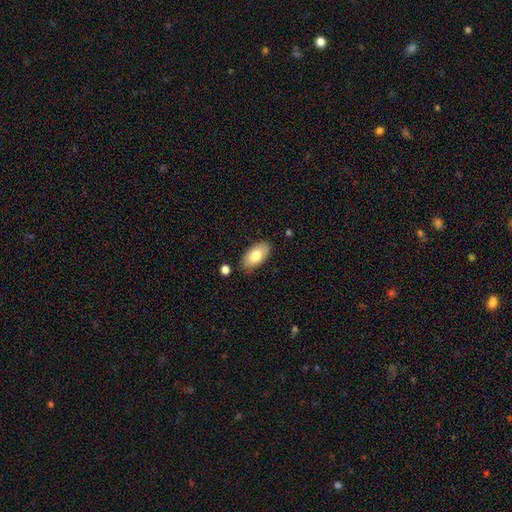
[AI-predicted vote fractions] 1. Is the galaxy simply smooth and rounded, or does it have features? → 79% smooth, 15% featured or disk, 7% star or artifact.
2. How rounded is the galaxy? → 94% in between, 3% cigar-shaped, 3% round.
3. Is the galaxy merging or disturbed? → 84% none, 11% minor disturbance, 3% merger, 2% major disturbance.